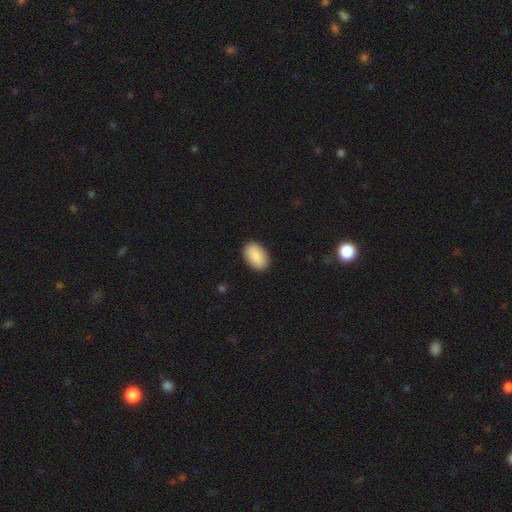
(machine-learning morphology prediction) Smooth or featured: smooth — 90% (star or artifact — 6%)
How rounded: in between — 93% (round — 5%)
Merging: none — 90% (minor disturbance — 7%)